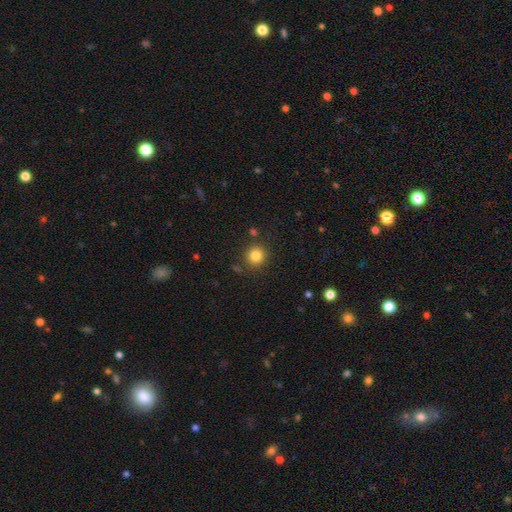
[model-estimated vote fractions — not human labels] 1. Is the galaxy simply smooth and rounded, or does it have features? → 83% smooth, 12% star or artifact, 5% featured or disk.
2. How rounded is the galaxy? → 92% round, 7% in between, 1% cigar-shaped.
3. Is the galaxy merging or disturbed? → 86% none, 8% minor disturbance, 4% merger, 3% major disturbance.